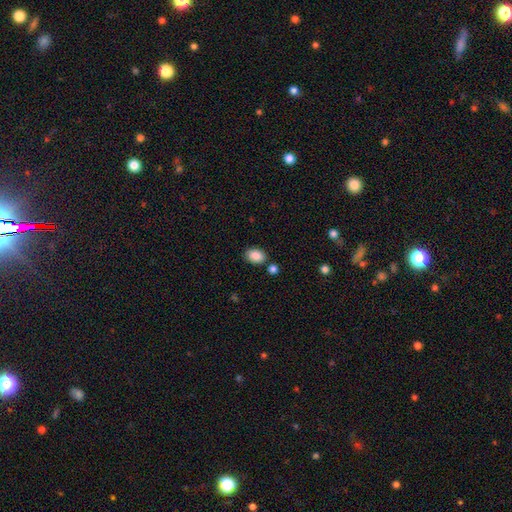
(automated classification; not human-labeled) Q: Smooth or featured?
A: smooth (88%); runner-up: star or artifact (8%)
Q: How rounded?
A: in between (81%); runner-up: round (18%)
Q: Merging?
A: none (78%); runner-up: minor disturbance (12%)